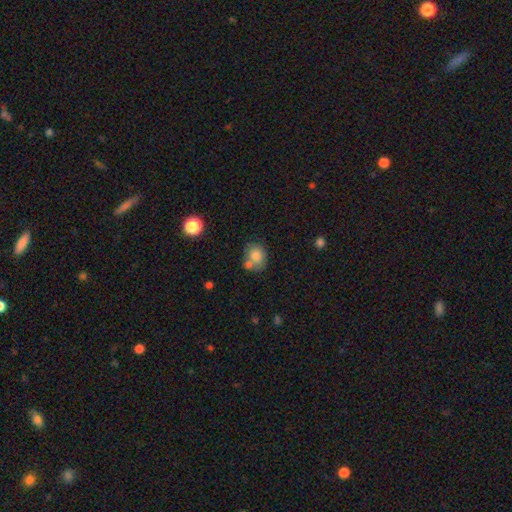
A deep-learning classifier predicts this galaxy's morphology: Smooth or featured? Predicted: smooth (p=0.78). How rounded? Predicted: round (p=0.63). Merging? Predicted: none (p=0.48).